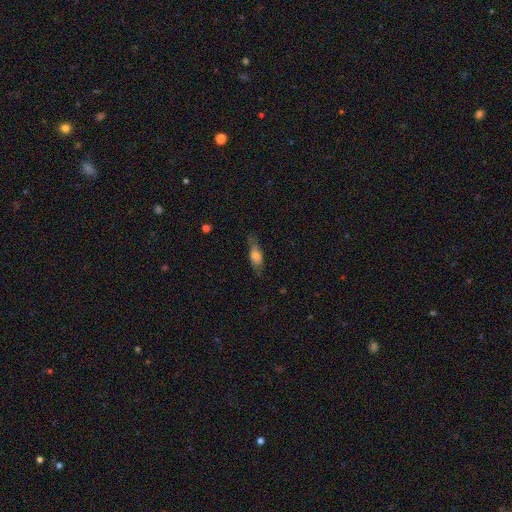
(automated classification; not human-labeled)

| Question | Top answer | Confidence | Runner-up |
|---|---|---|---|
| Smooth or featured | smooth | 65% | featured or disk (27%) |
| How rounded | in between | 60% | cigar-shaped (36%) |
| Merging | none | 64% | minor disturbance (25%) |